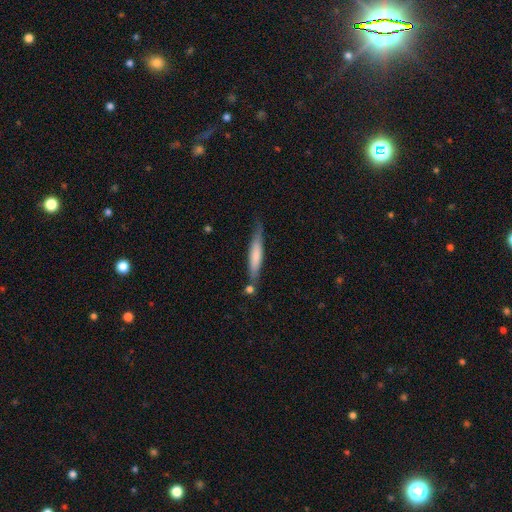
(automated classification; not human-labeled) Smooth or featured?
  - smooth: 64% *
  - featured or disk: 30%
  - star or artifact: 6%
How rounded?
  - cigar-shaped: 90% *
  - in between: 9%
  - round: 1%
Merging?
  - none: 69% *
  - minor disturbance: 19%
  - merger: 8%
  - major disturbance: 5%